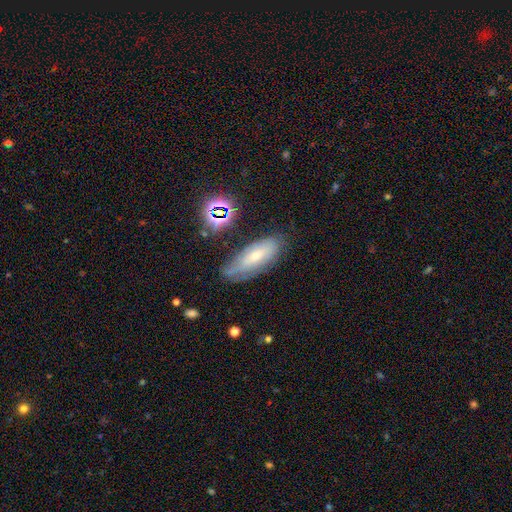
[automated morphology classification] Smooth or featured: smooth — 48% (featured or disk — 38%)
Merging: none — 62% (minor disturbance — 26%)